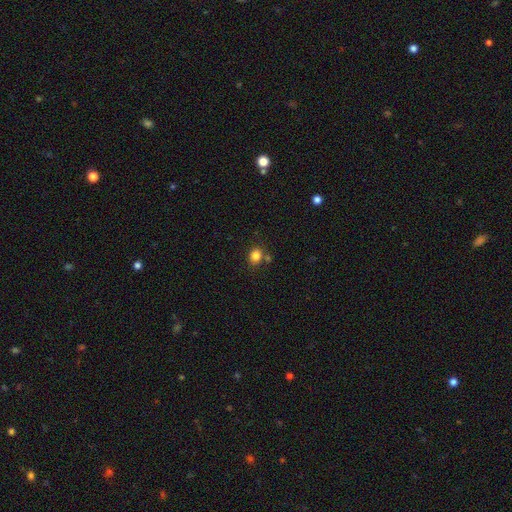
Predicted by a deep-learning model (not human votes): Smooth or featured?
  - smooth: 83% *
  - star or artifact: 11%
  - featured or disk: 6%
How rounded?
  - round: 58% *
  - in between: 41%
  - cigar-shaped: 1%
Merging?
  - none: 72% *
  - merger: 12%
  - minor disturbance: 12%
  - major disturbance: 4%